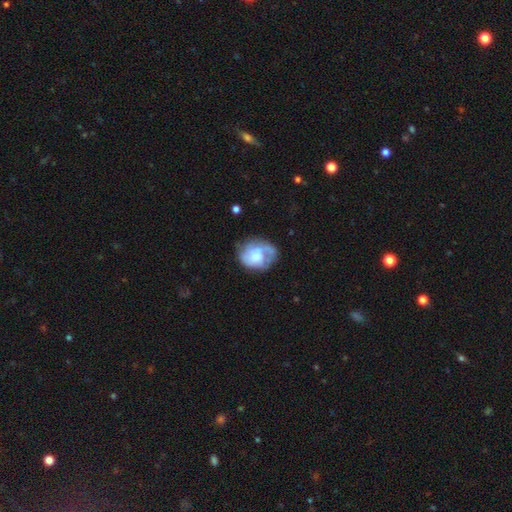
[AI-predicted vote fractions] smooth-or-featured: featured or disk: 50% | smooth: 42% | star or artifact: 7%
  disk-edge-on: no: 97% | yes: 3%
  merging: none: 45% | minor disturbance: 28% | major disturbance: 21% | merger: 6%